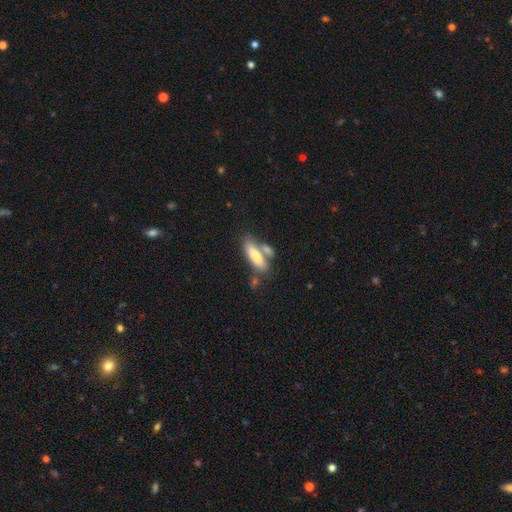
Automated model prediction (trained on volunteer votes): Q: Smooth or featured?
A: smooth (75%); runner-up: featured or disk (18%)
Q: How rounded?
A: in between (51%); runner-up: cigar-shaped (47%)
Q: Merging?
A: none (48%); runner-up: merger (33%)